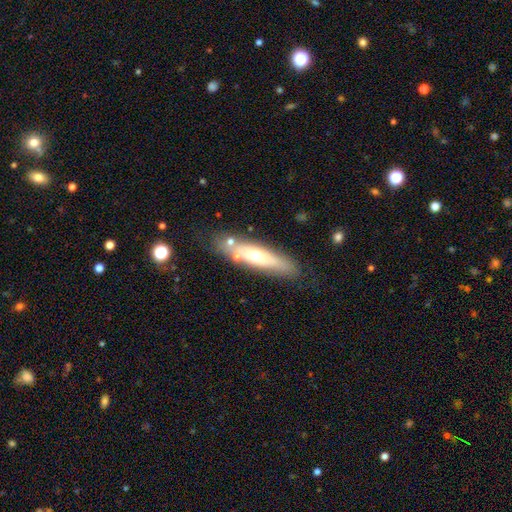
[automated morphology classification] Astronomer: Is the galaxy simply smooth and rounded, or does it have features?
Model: featured or disk — 47% (runner-up: smooth, 45%).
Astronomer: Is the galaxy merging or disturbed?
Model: none — 72%.